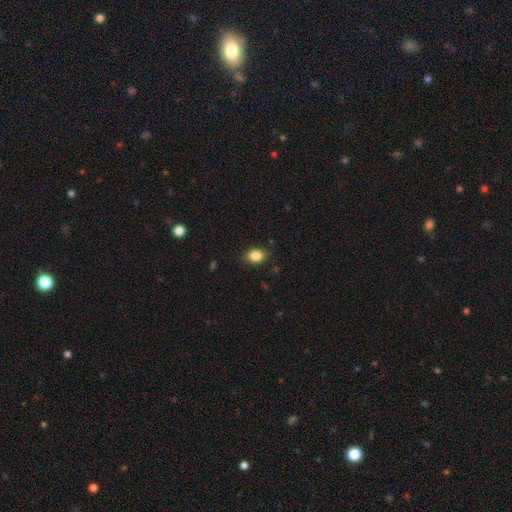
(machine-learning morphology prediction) The model was most divided on "how rounded": in between: 68%, round: 31%, cigar-shaped: 1%. More confident: merging — none (87%); smooth or featured — smooth (86%).